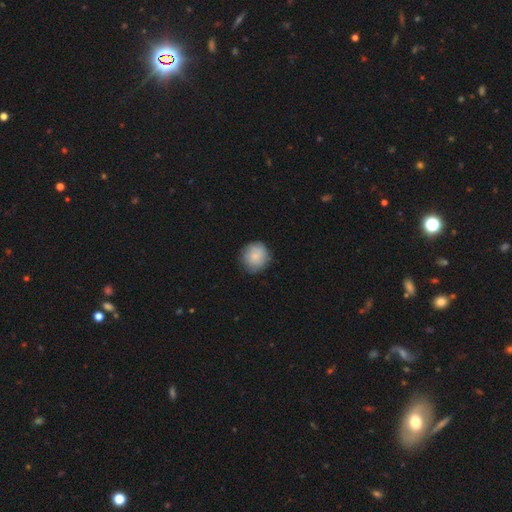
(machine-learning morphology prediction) Smooth or featured? smooth (82%)
How rounded? round (90%)
Merging? none (82%)